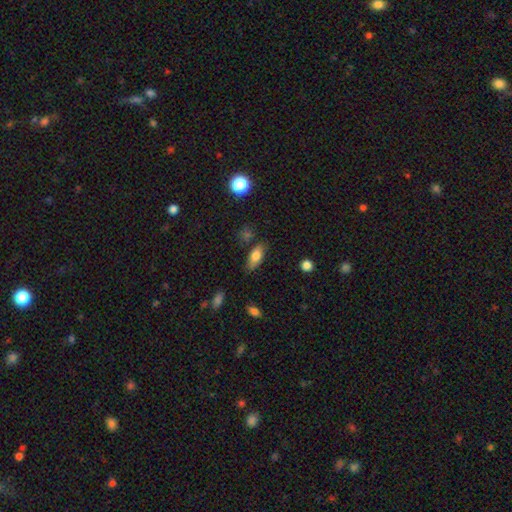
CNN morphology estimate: A smooth galaxy with no disk features (77%) that is in between round and cigar-shaped (83%). Merging: none (75%).